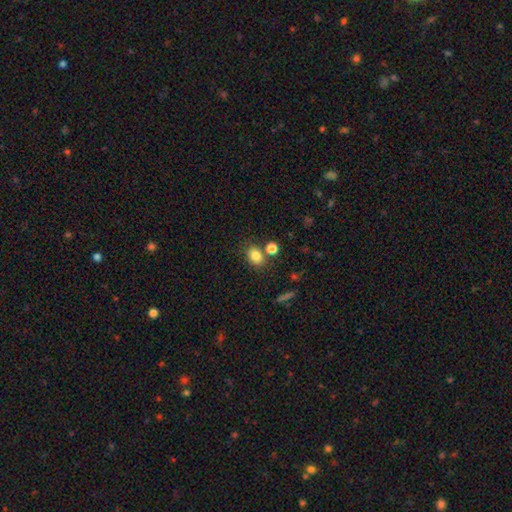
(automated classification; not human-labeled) Morphology: type=smooth (83%); roundness=in between (62%); merging=none (69%).